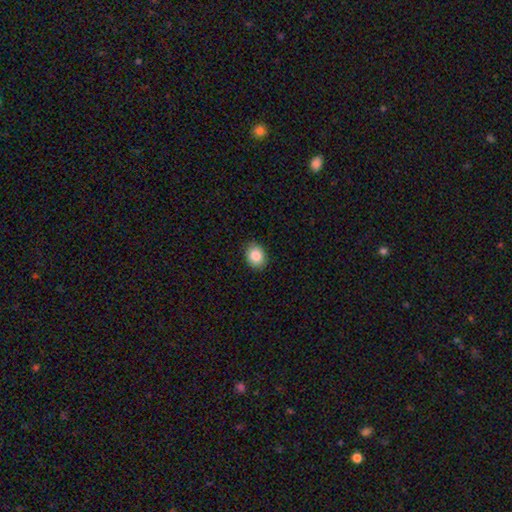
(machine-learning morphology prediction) Smooth or featured? smooth (87%)
How rounded? in between (55%)
Merging? none (87%)